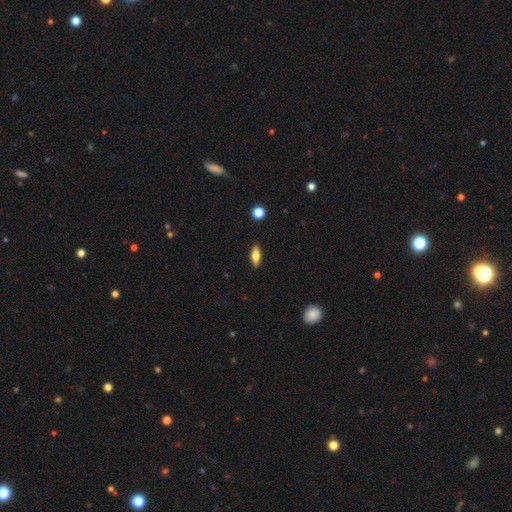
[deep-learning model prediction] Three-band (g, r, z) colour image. It shows a smooth galaxy with no disk features (66%) that is in between round and cigar-shaped (67%). Merging: none (89%).